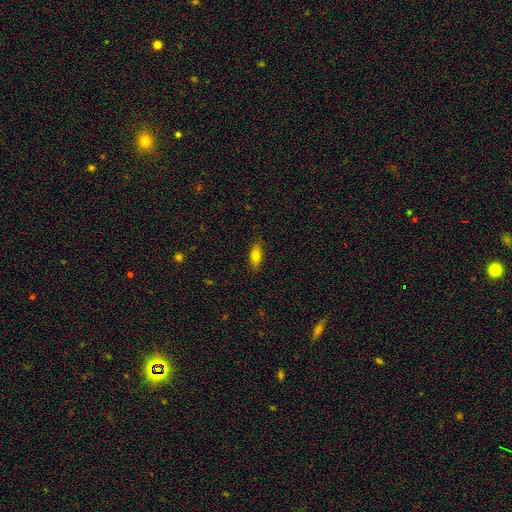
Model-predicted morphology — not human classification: Overall: smooth (78%). How rounded: in between (77%). Merging: none (84%).